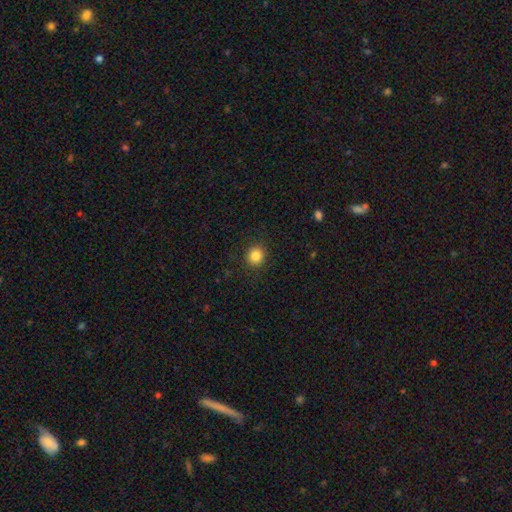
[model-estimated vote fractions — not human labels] smooth_or_featured: smooth (p=0.85) [alt: star or artifact p=0.11]
how_rounded: round (p=0.88) [alt: in between p=0.11]
merging: none (p=0.91) [alt: minor disturbance p=0.06]